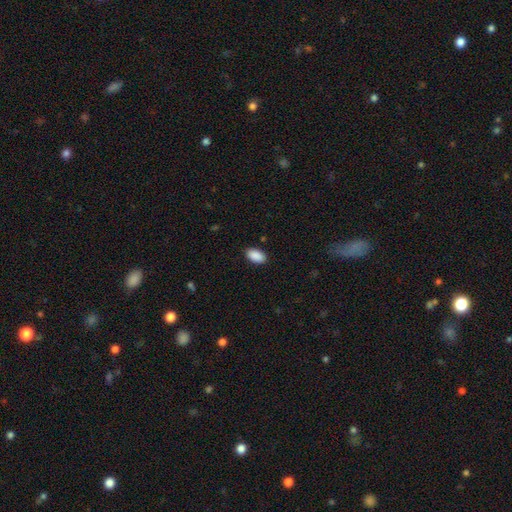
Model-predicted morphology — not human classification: Smooth or featured: smooth — 91% (star or artifact — 7%)
How rounded: in between — 94% (round — 4%)
Merging: none — 88% (minor disturbance — 9%)